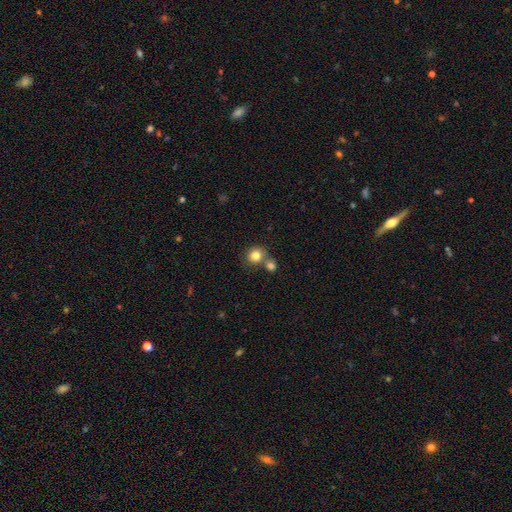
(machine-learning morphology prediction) A smooth galaxy with no disk features (82%) that is round (86%).

Vote fractions:
- Smooth or featured? smooth: 82% / star or artifact: 10% / featured or disk: 8%
- How rounded? round: 86% / in between: 14% / cigar-shaped: 1%
- Merging? none: 56% / merger: 33% / minor disturbance: 9% / major disturbance: 3%